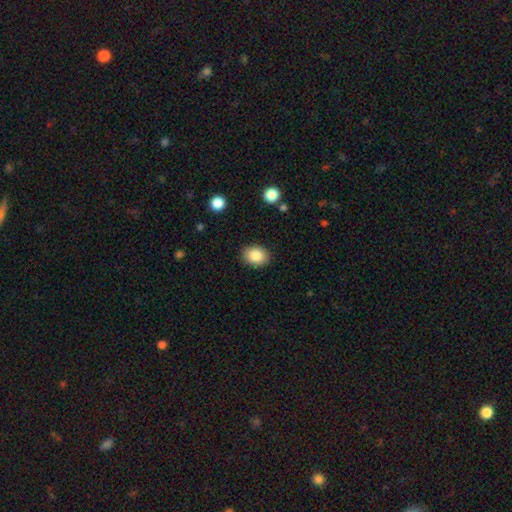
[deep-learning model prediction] smooth 86%, star or artifact 8%, featured or disk 6%. Down the decision tree: how rounded — in between (59%); merging — none (88%).